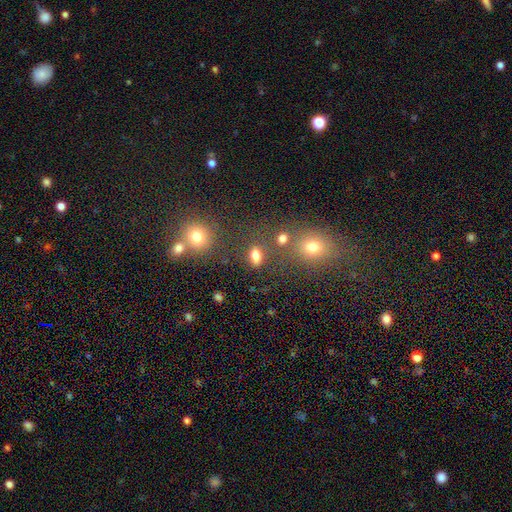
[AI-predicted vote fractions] A smooth galaxy with no disk features (77%) that is in between round and cigar-shaped (77%). Merging: none (73%).